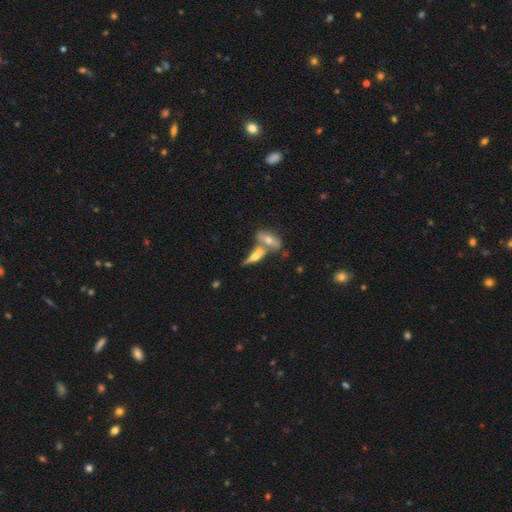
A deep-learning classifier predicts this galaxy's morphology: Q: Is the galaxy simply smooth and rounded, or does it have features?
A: featured or disk — 52%.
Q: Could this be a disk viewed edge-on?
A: yes — 85%.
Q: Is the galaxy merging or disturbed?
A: merger — 46%.